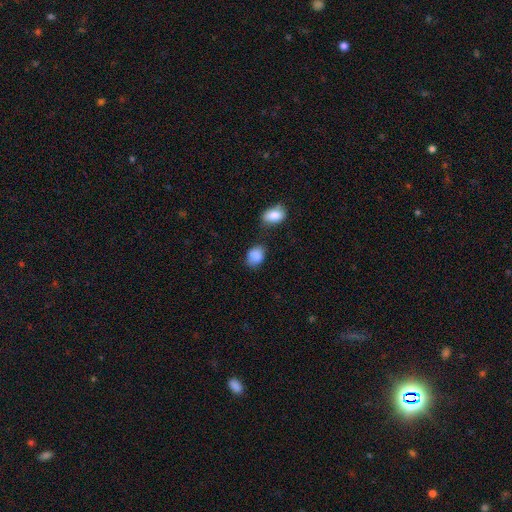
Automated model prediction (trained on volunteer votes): Smooth or featured: smooth — 86% (star or artifact — 9%)
How rounded: in between — 70% (round — 29%)
Merging: none — 58% (minor disturbance — 26%)